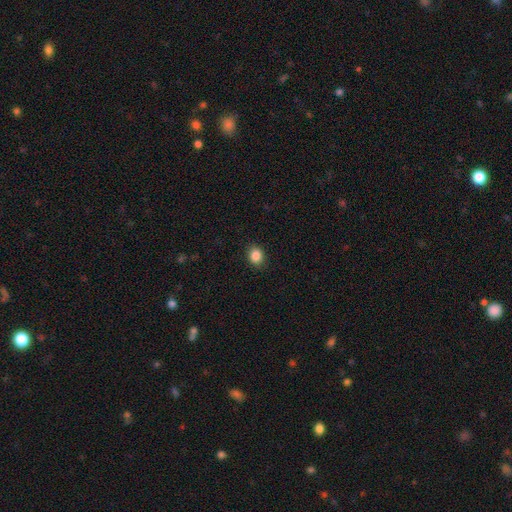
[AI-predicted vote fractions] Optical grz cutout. It shows a smooth galaxy with no disk features (87%) that is round (63%). Merging: none (89%).